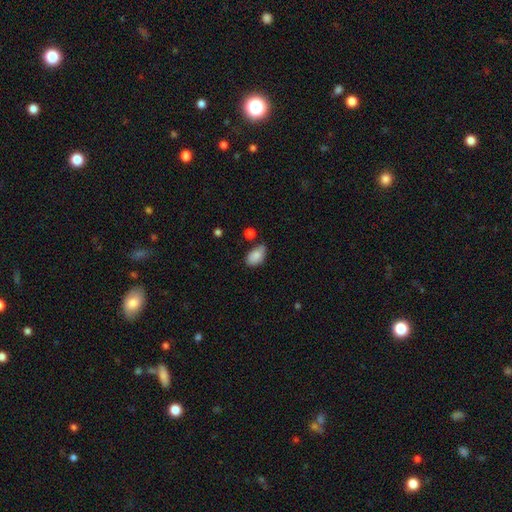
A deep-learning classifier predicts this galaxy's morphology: Smooth or featured? Predicted: smooth (p=0.86). How rounded? Predicted: in between (p=0.92). Merging? Predicted: none (p=0.59).